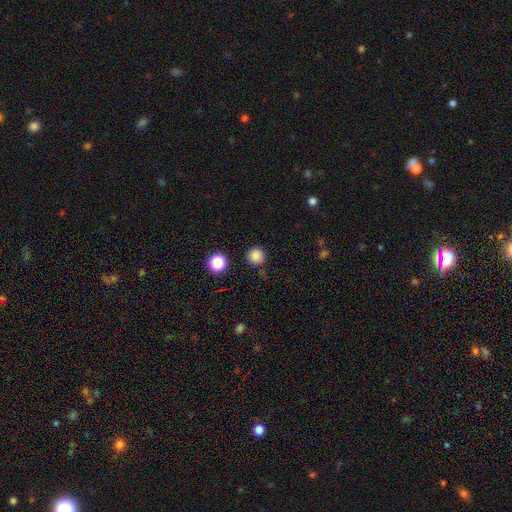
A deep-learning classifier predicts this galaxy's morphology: smooth-or-featured: smooth: 84% | star or artifact: 13% | featured or disk: 4%
  how-rounded: round: 95% | in between: 4% | cigar-shaped: 1%
  merging: none: 87% | minor disturbance: 8% | major disturbance: 2% | merger: 2%